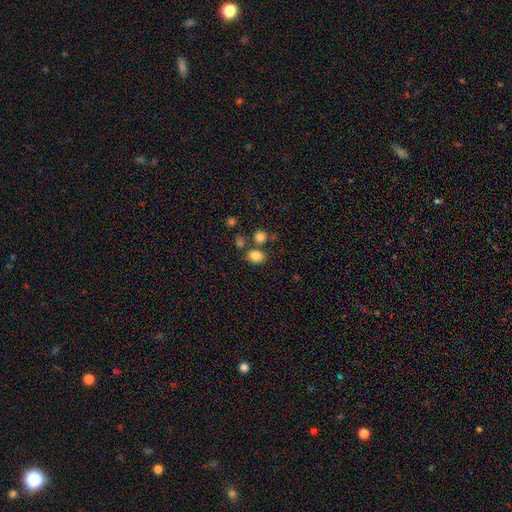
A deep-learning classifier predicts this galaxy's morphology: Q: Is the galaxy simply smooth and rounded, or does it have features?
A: smooth — 84%.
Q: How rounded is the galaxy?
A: in between — 61%.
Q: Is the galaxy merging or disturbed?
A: none — 68%.